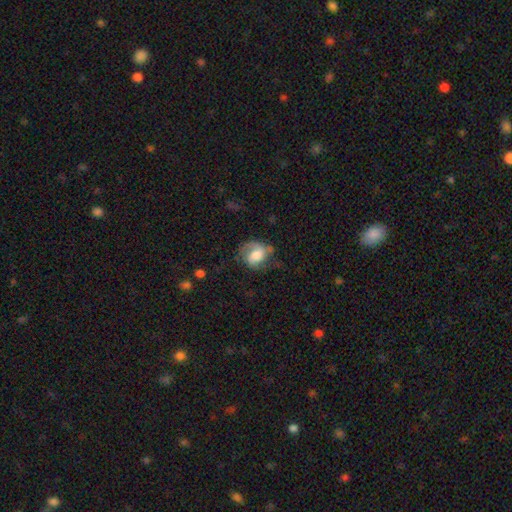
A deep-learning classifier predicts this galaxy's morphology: Q: Smooth or featured?
A: featured or disk (47%); runner-up: smooth (45%)
Q: Merging?
A: none (48%); runner-up: minor disturbance (28%)